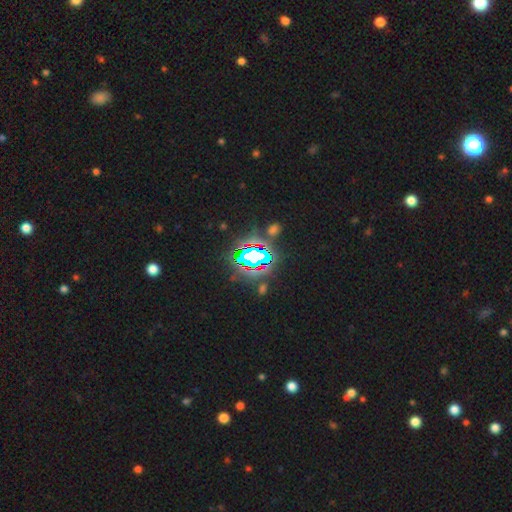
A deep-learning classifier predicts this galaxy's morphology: type=star or artifact (83%).